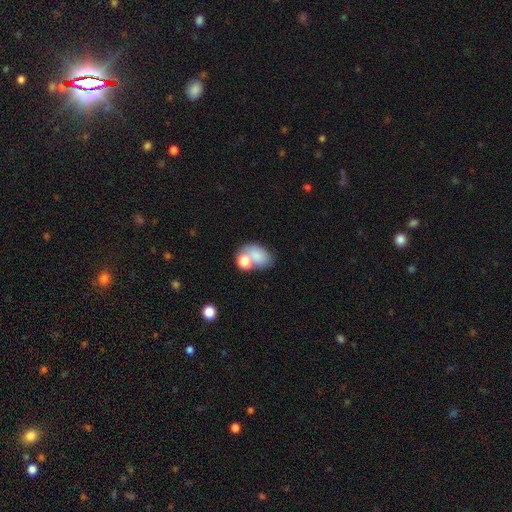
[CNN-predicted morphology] Smooth or featured?
  - smooth: 77% *
  - featured or disk: 15%
  - star or artifact: 9%
How rounded?
  - in between: 80% *
  - round: 19%
  - cigar-shaped: 1%
Merging?
  - merger: 46% *
  - none: 33%
  - minor disturbance: 13%
  - major disturbance: 8%